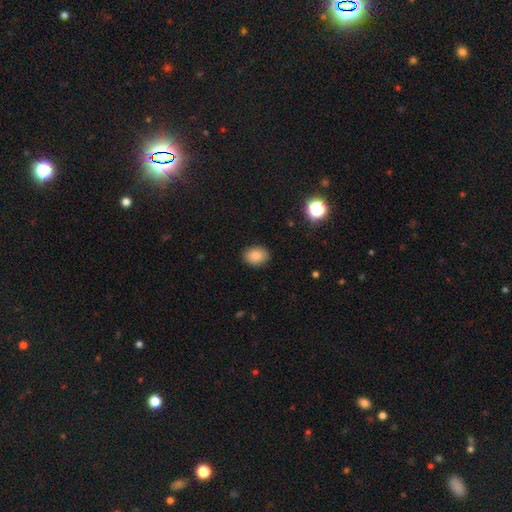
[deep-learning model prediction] smooth_or_featured: smooth (p=0.86) [alt: star or artifact p=0.09]
how_rounded: in between (p=0.62) [alt: round p=0.37]
merging: none (p=0.88) [alt: minor disturbance p=0.09]